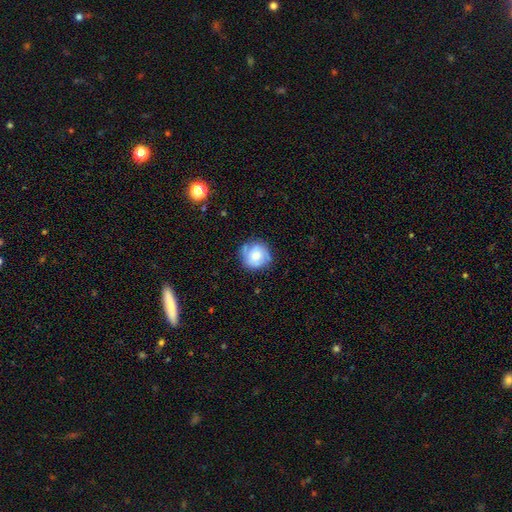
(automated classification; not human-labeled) Smooth or featured: smooth — 52% (featured or disk — 40%)
How rounded: round — 90% (in between — 9%)
Merging: none — 69% (minor disturbance — 22%)